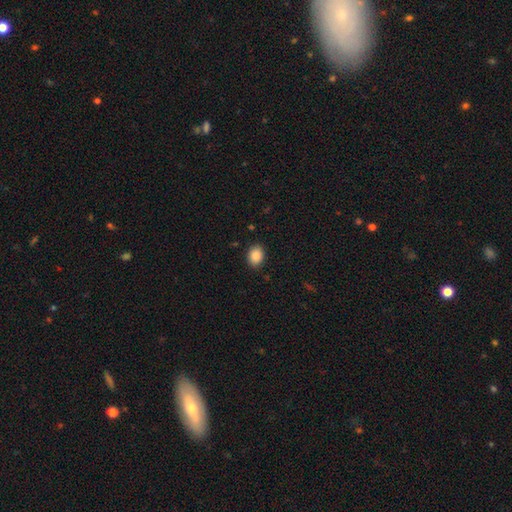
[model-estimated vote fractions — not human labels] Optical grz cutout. It shows a smooth galaxy with no disk features (88%) that is in between round and cigar-shaped (64%). Merging: none (88%).